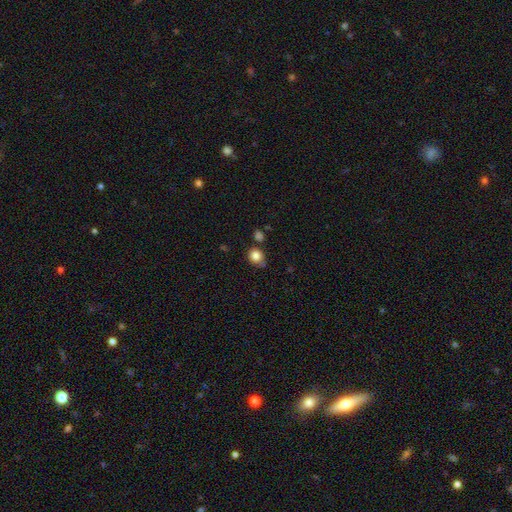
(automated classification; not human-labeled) smooth_or_featured: smooth (p=0.83) [alt: star or artifact p=0.10]
how_rounded: round (p=0.75) [alt: in between p=0.24]
merging: none (p=0.66) [alt: minor disturbance p=0.22]